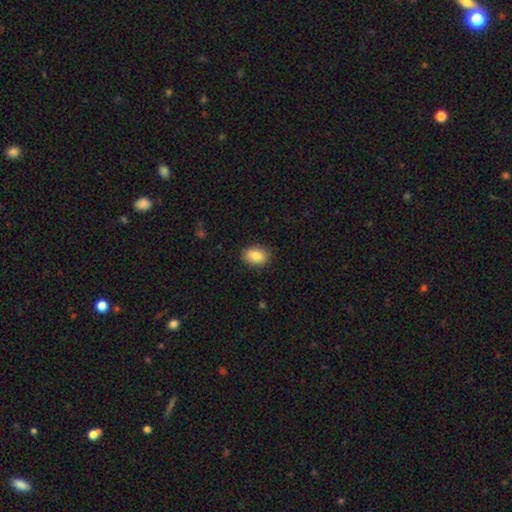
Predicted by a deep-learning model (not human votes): smooth 86%, star or artifact 8%, featured or disk 7%. Down the decision tree: how rounded — in between (78%); merging — none (88%).